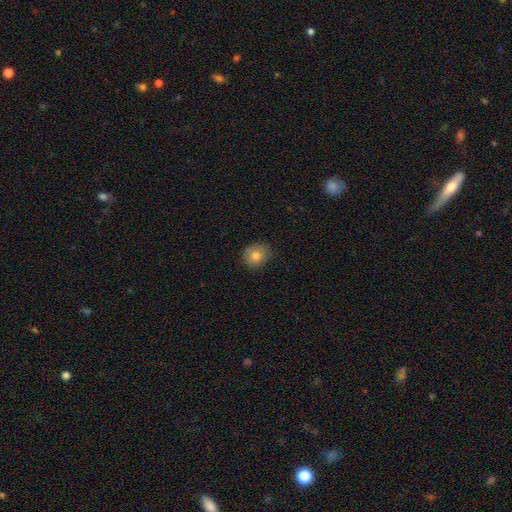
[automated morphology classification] Smooth or featured: smooth — 79% (featured or disk — 11%)
How rounded: round — 69% (in between — 30%)
Merging: none — 74% (minor disturbance — 21%)